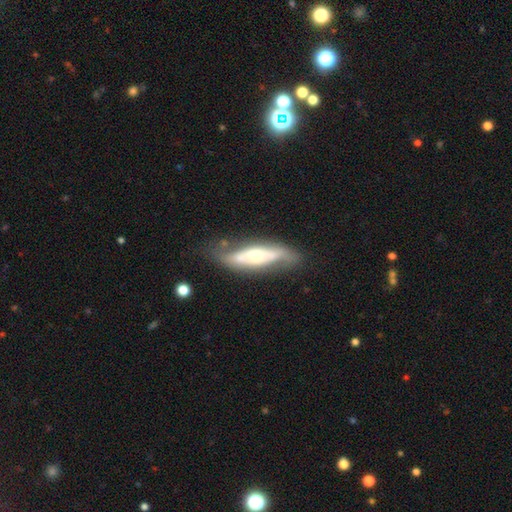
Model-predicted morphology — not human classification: featured or disk 64%, smooth 30%, star or artifact 6%. Down the decision tree: edge-on disk — no (66%); merging — none (66%).